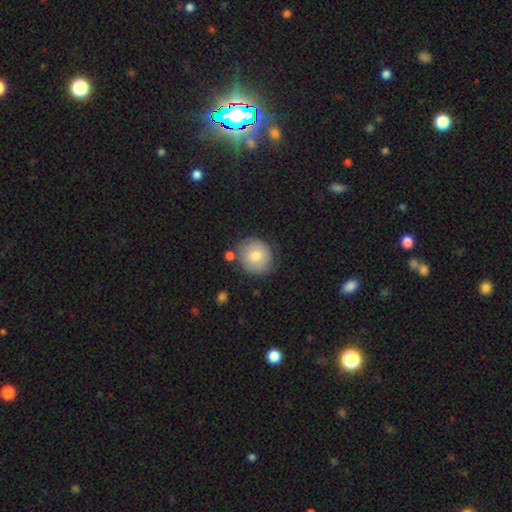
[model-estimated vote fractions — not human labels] Q: Smooth or featured?
A: smooth (74%); runner-up: featured or disk (18%)
Q: How rounded?
A: round (85%); runner-up: in between (14%)
Q: Merging?
A: none (76%); runner-up: minor disturbance (15%)